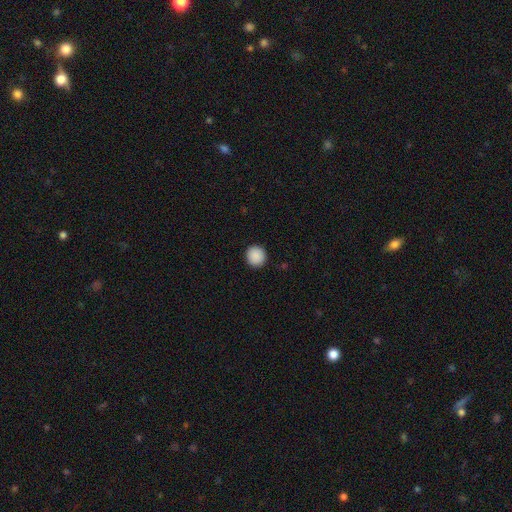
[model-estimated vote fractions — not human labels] A smooth galaxy with no disk features (90%) that is round (94%).

Vote fractions:
- Smooth or featured? smooth: 90% / star or artifact: 8% / featured or disk: 2%
- How rounded? round: 94% / in between: 5% / cigar-shaped: 1%
- Merging? none: 93% / minor disturbance: 5% / major disturbance: 2% / merger: 1%